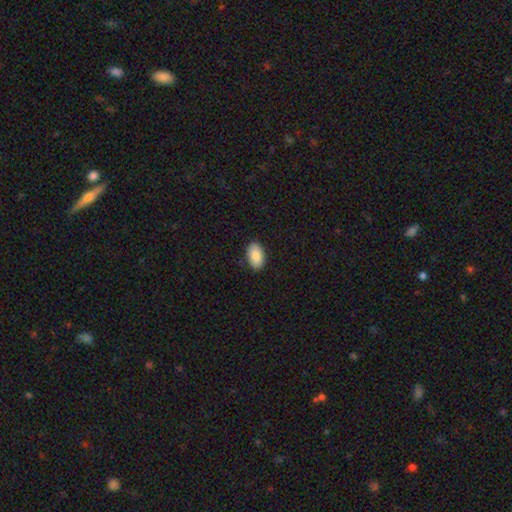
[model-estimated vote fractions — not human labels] Morphology: type=smooth (87%); roundness=in between (94%); merging=none (88%).